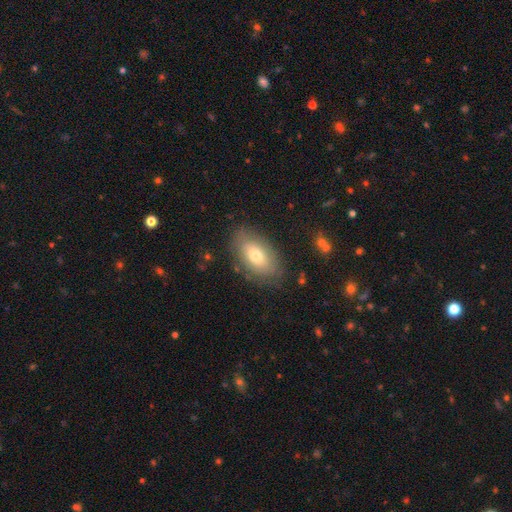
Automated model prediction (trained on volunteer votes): Overall: smooth (70%). How rounded: in between (92%). Merging: none (80%).